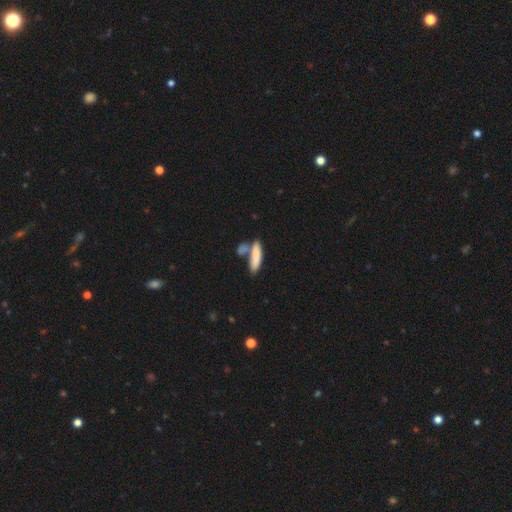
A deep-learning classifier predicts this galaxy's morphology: The model was most divided on "merging": none: 44%, merger: 38%, minor disturbance: 13%, major disturbance: 5%. More confident: smooth or featured — smooth (80%); how rounded — cigar-shaped (54%).